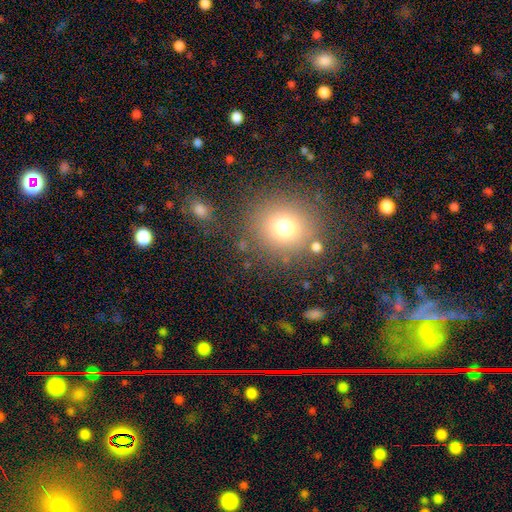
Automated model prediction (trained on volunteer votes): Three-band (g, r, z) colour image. It shows a smooth galaxy with no disk features (49%). Merging: none (86%).